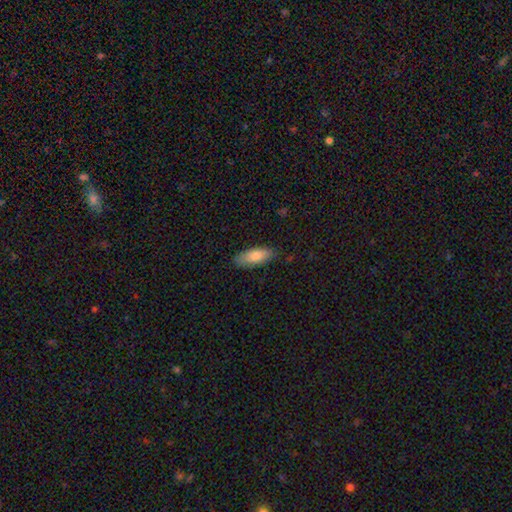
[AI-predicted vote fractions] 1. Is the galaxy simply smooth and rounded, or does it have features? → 81% smooth, 13% featured or disk, 6% star or artifact.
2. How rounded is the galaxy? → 73% in between, 25% cigar-shaped, 2% round.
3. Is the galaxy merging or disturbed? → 84% none, 13% minor disturbance, 2% major disturbance, 1% merger.